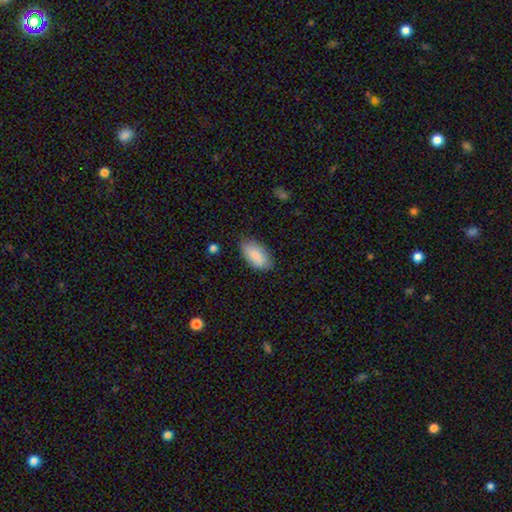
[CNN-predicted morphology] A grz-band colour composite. It shows a smooth galaxy with no disk features (85%) that is in between round and cigar-shaped (93%). Merging: none (81%).